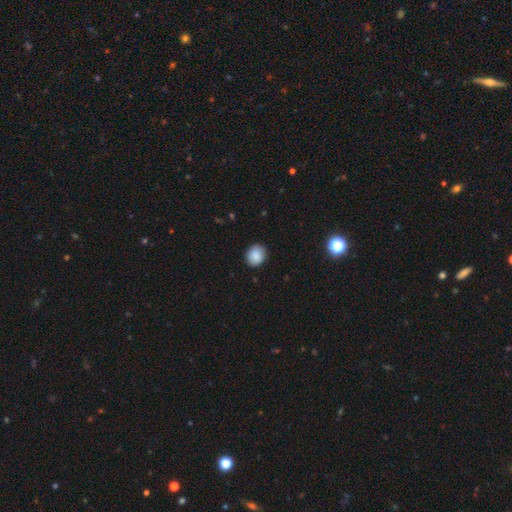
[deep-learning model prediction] Smooth or featured?
  - smooth: 88% *
  - star or artifact: 8%
  - featured or disk: 4%
How rounded?
  - round: 69% *
  - in between: 30%
  - cigar-shaped: 1%
Merging?
  - none: 87% *
  - minor disturbance: 10%
  - major disturbance: 2%
  - merger: 1%